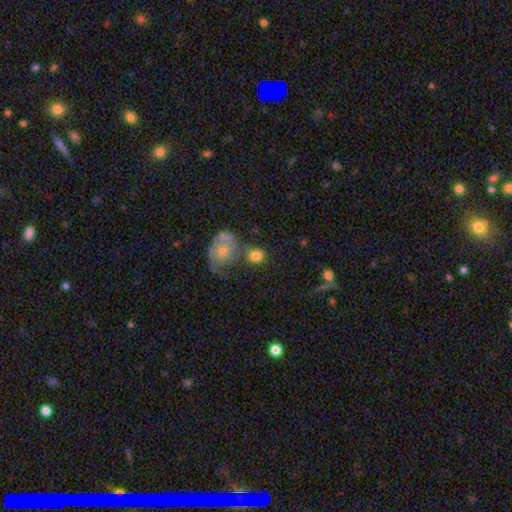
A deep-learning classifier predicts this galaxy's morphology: The model was most divided on "merging": none: 52%, merger: 25%, minor disturbance: 15%, major disturbance: 9%. More confident: smooth or featured — smooth (76%); how rounded — round (75%).